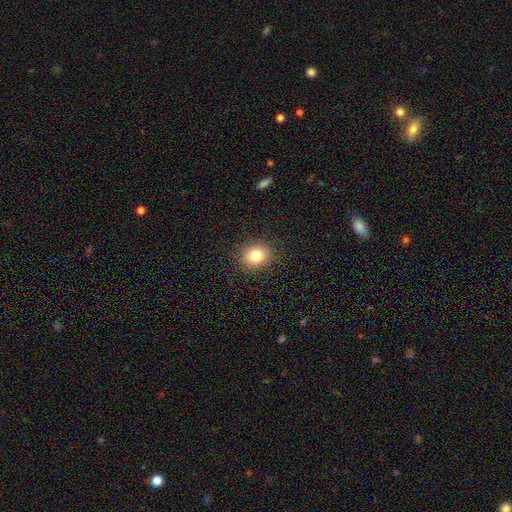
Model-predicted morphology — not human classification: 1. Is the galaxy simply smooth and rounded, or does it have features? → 81% smooth, 11% star or artifact, 8% featured or disk.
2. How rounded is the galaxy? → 66% round, 33% in between, 1% cigar-shaped.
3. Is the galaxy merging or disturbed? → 89% none, 8% minor disturbance, 3% major disturbance, 1% merger.